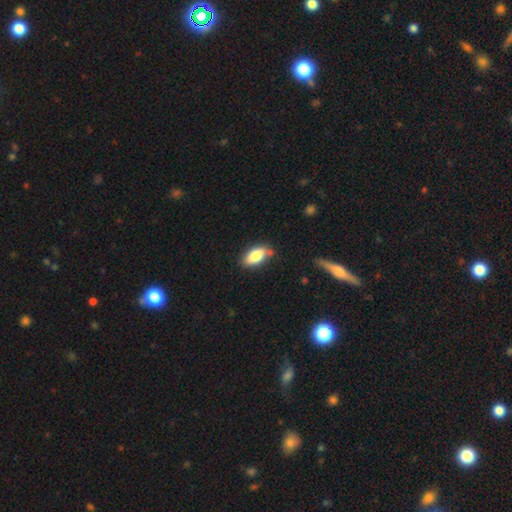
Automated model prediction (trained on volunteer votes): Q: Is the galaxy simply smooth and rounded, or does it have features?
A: smooth — 81%.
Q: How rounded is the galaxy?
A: in between — 90%.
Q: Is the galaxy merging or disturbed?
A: none — 75%.